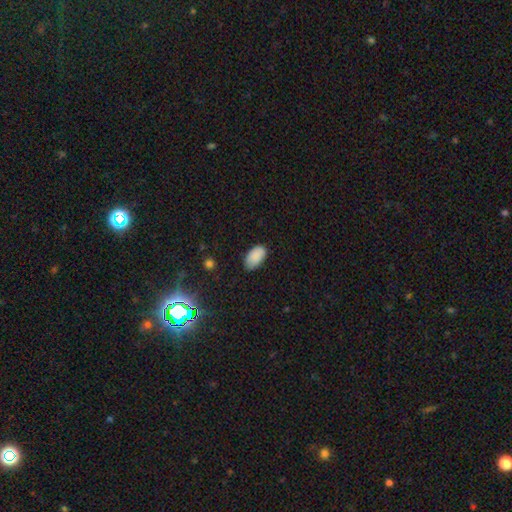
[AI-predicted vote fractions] Overall: smooth (88%). How rounded: in between (95%). Merging: none (81%).